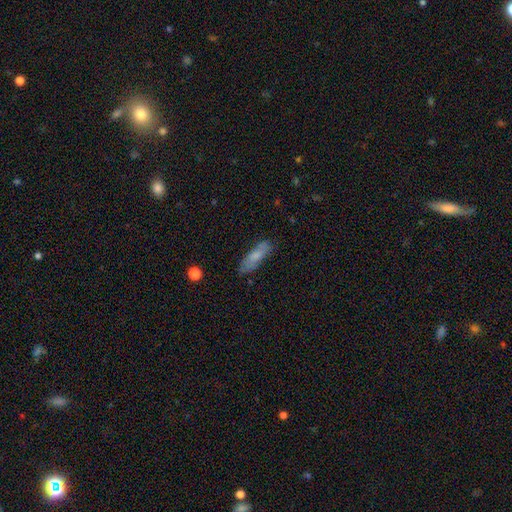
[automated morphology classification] Smooth or featured? smooth (70%)
How rounded? cigar-shaped (58%)
Merging? none (76%)